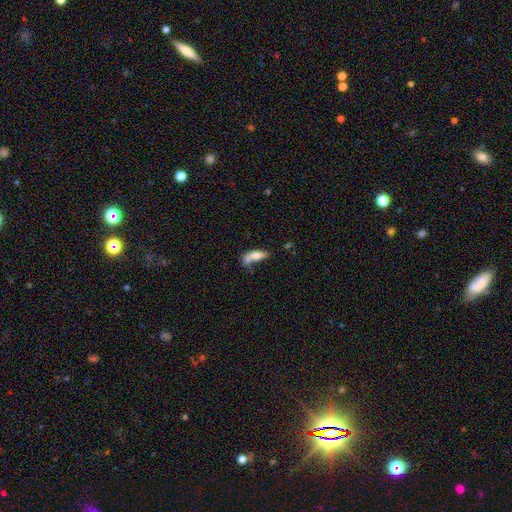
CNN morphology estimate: smooth-or-featured: smooth: 67% | featured or disk: 25% | star or artifact: 8%
  how-rounded: in between: 59% | cigar-shaped: 37% | round: 4%
  merging: none: 32% | merger: 30% | minor disturbance: 20% | major disturbance: 18%